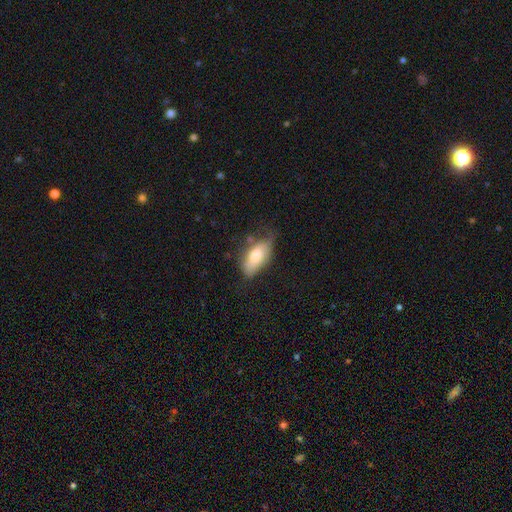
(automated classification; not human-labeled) smooth 74%, featured or disk 19%, star or artifact 7%. Down the decision tree: how rounded — in between (86%); merging — none (46%).